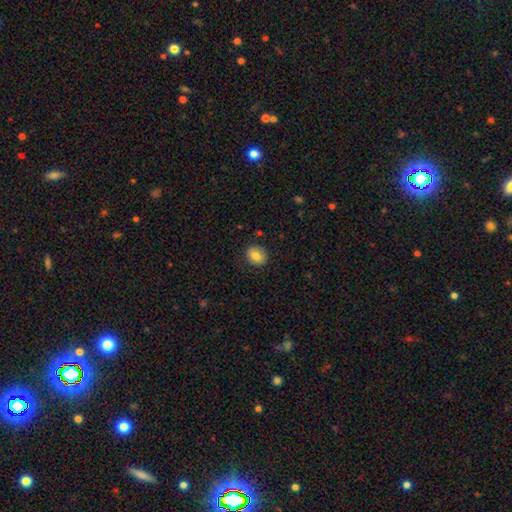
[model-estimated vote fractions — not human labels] Q: Smooth or featured?
A: smooth (81%); runner-up: featured or disk (10%)
Q: How rounded?
A: round (59%); runner-up: in between (40%)
Q: Merging?
A: none (87%); runner-up: minor disturbance (10%)